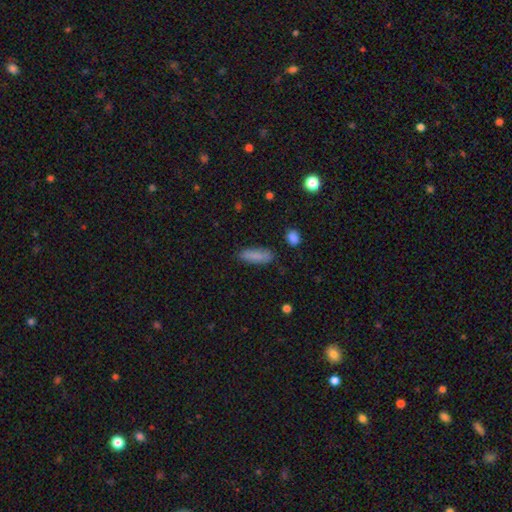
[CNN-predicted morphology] This is clearly a smooth galaxy (86%). How rounded: possibly in between (50%). Merging: clearly none (82%).